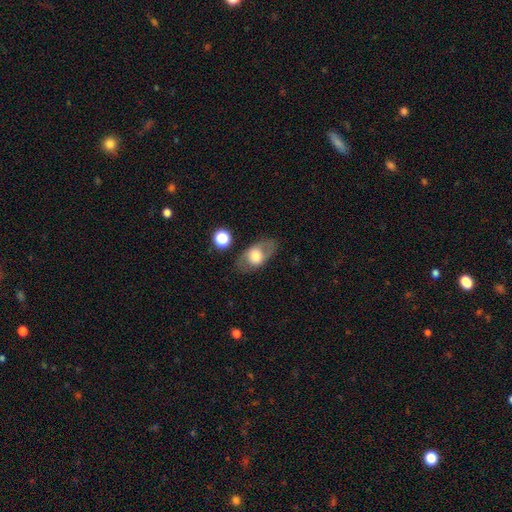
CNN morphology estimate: Smooth or featured?
  - smooth: 57% *
  - featured or disk: 35%
  - star or artifact: 8%
How rounded?
  - in between: 84% *
  - round: 14%
  - cigar-shaped: 2%
Merging?
  - none: 75% *
  - minor disturbance: 15%
  - major disturbance: 7%
  - merger: 3%